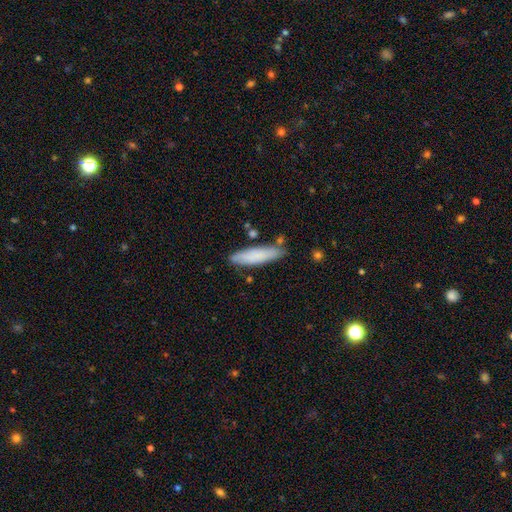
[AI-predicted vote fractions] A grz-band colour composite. It shows a smooth galaxy with no disk features (80%) that is cigar-shaped (72%). Merging: none (79%).